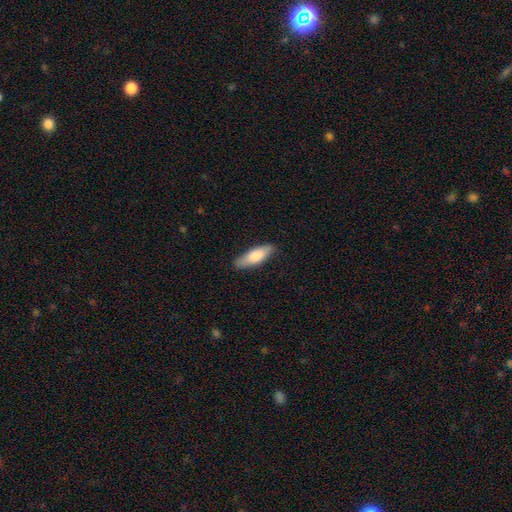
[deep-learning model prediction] A smooth galaxy with no disk features (78%) that is in between round and cigar-shaped (56%).

Vote fractions:
- Smooth or featured? smooth: 78% / featured or disk: 17% / star or artifact: 5%
- How rounded? in between: 56% / cigar-shaped: 42% / round: 2%
- Merging? none: 84% / minor disturbance: 13% / major disturbance: 2% / merger: 1%